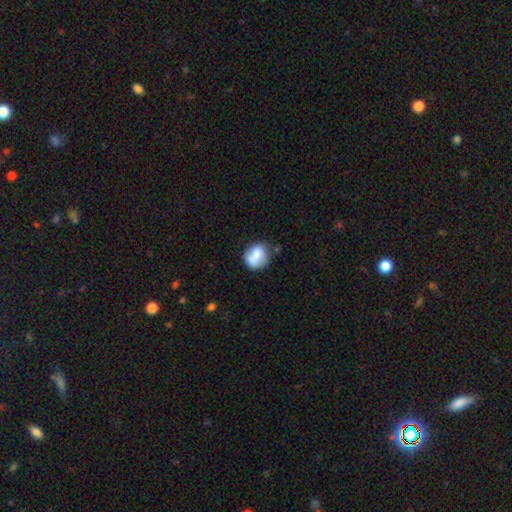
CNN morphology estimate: Overall: smooth (76%). How rounded: round (66%; in between 33%). Merging: none (55%; minor disturbance 25%).